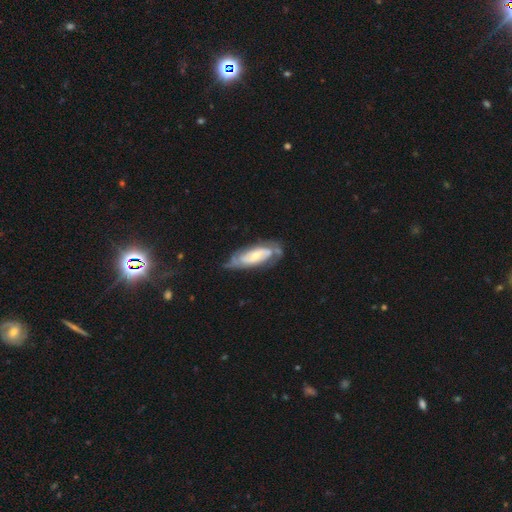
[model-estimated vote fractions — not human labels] Morphology: type=featured or disk (74%); edge-on=no (88%); bar=no (50%); spiral arms=yes (88%); winding=tight (49%); arm count=2 (57%); bulge=small (53%); merging=none (57%).